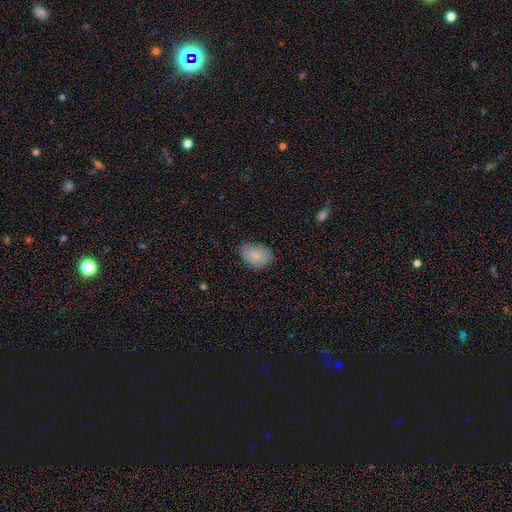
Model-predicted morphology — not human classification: The model was most divided on "merging": none: 67%, minor disturbance: 27%, major disturbance: 5%, merger: 1%. More confident: smooth or featured — smooth (83%); how rounded — in between (77%).